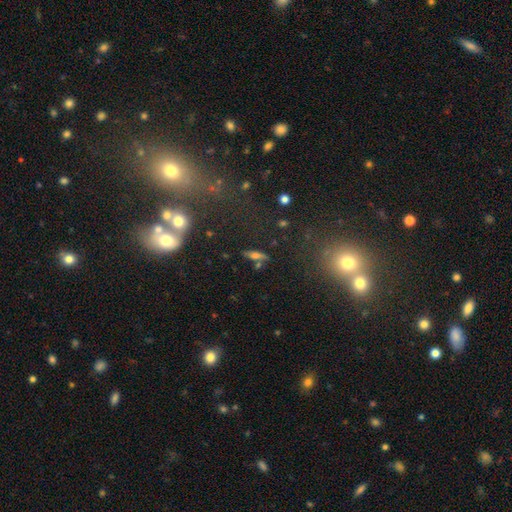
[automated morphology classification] Smooth or featured? smooth (50%)
How rounded? cigar-shaped (61%)
Merging? none (72%)